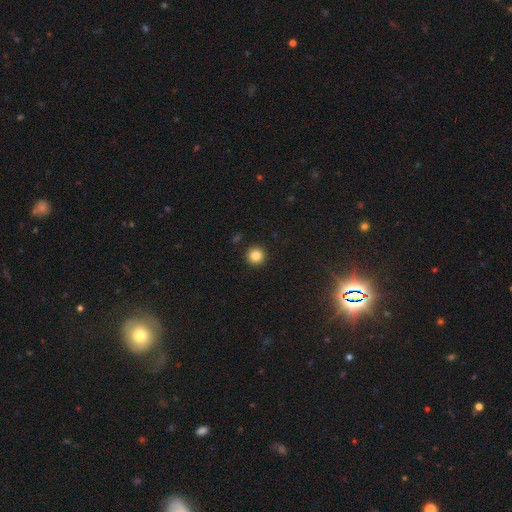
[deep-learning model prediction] Smooth or featured: smooth — 84% (star or artifact — 11%)
How rounded: round — 96% (in between — 3%)
Merging: none — 93% (minor disturbance — 4%)